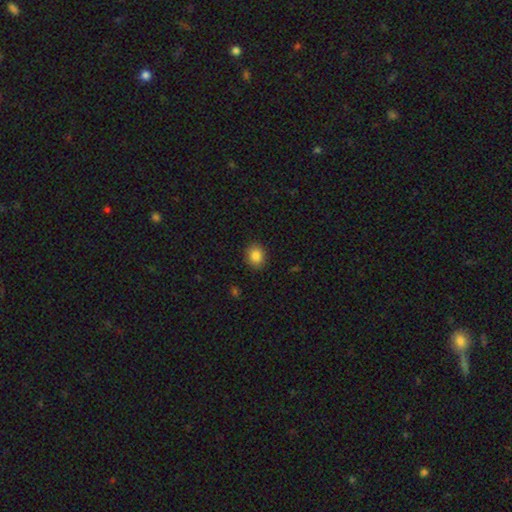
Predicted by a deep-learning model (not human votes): A smooth galaxy with no disk features (85%) that is round (64%). Merging: none (90%).